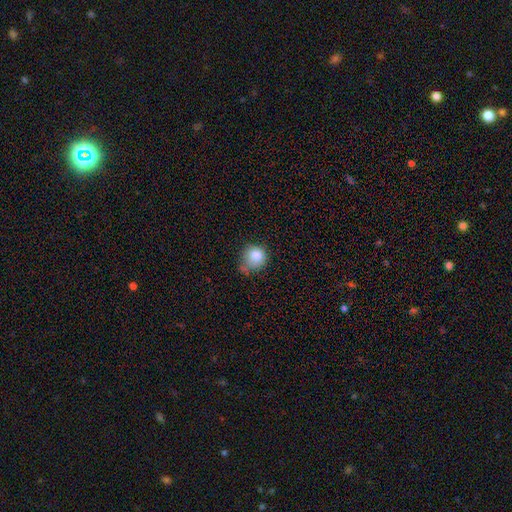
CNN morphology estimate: Smooth or featured?
  - smooth: 83% *
  - star or artifact: 9%
  - featured or disk: 8%
How rounded?
  - round: 82% *
  - in between: 18%
  - cigar-shaped: 1%
Merging?
  - none: 44% *
  - minor disturbance: 35%
  - major disturbance: 12%
  - merger: 9%